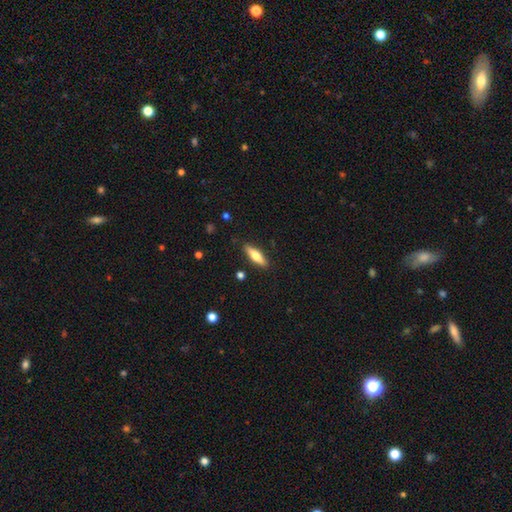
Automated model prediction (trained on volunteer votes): Smooth or featured: smooth — 58% (featured or disk — 36%)
How rounded: cigar-shaped — 58% (in between — 39%)
Merging: none — 88% (minor disturbance — 8%)